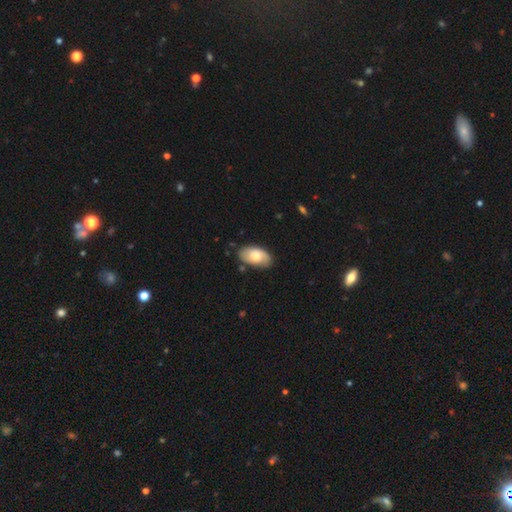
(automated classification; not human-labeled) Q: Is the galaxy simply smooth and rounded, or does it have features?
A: smooth — 59%.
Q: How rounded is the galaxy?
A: in between — 94%.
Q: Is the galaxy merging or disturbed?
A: none — 79%.